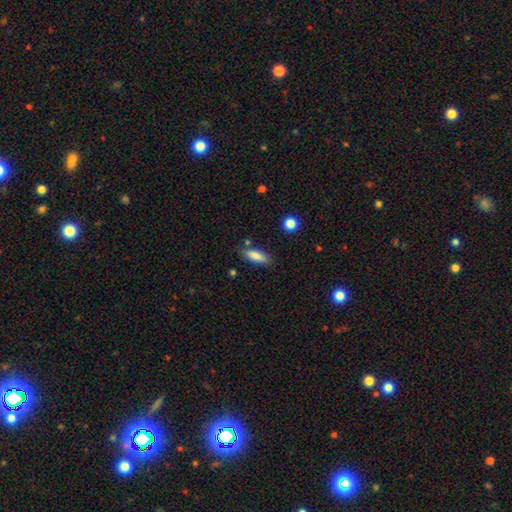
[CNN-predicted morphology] Overall: smooth (84%). How rounded: in between (59%; cigar-shaped 39%). Merging: none (80%).